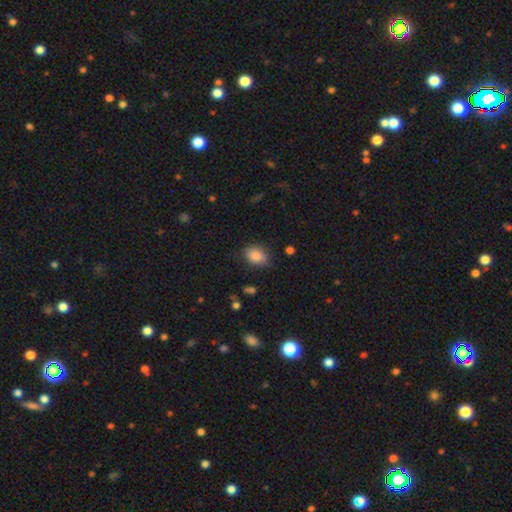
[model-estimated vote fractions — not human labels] Smooth or featured? Predicted: smooth (p=0.85). How rounded? Predicted: in between (p=0.73). Merging? Predicted: none (p=0.76).